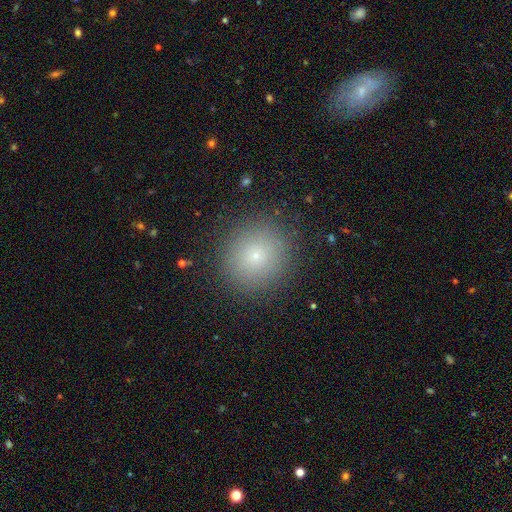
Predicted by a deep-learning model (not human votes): This appears to be a smooth galaxy with no disk features (72%) that is round (91%). Merging: none (89%).